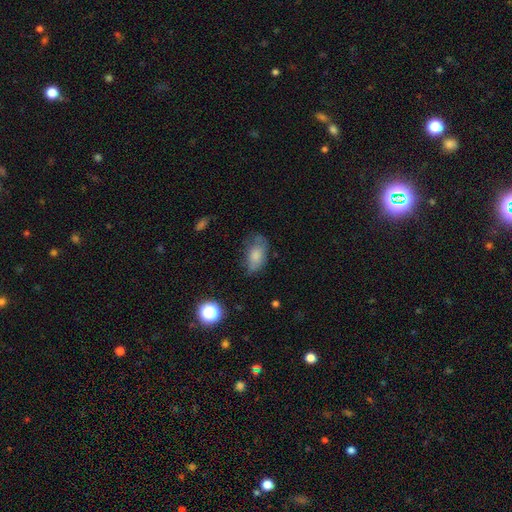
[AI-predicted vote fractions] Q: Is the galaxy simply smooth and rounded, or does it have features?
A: smooth — 71%.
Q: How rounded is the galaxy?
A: in between — 89%.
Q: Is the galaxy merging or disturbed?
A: none — 51%.